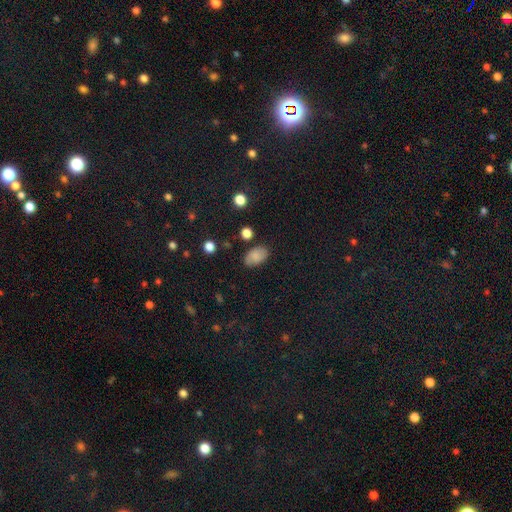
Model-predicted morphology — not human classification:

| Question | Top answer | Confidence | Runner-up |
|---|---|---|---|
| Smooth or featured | smooth | 81% | star or artifact (10%) |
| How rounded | in between | 91% | round (8%) |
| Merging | none | 80% | minor disturbance (14%) |